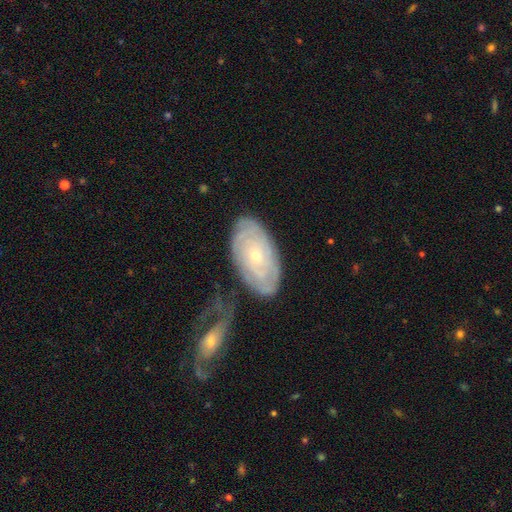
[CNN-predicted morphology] Q: Smooth or featured?
A: featured or disk (75%); runner-up: smooth (19%)
Q: Edge-on disk?
A: no (94%); runner-up: yes (6%)
Q: Bar?
A: no (81%); runner-up: weak (15%)
Q: Spiral arms?
A: yes (86%); runner-up: no (14%)
Q: Spiral winding?
A: tight (82%); runner-up: medium (13%)
Q: Spiral arm count?
A: can't tell (56%); runner-up: 2 (13%)
Q: Bulge size?
A: small (72%); runner-up: moderate (25%)
Q: Merging?
A: none (69%); runner-up: minor disturbance (16%)